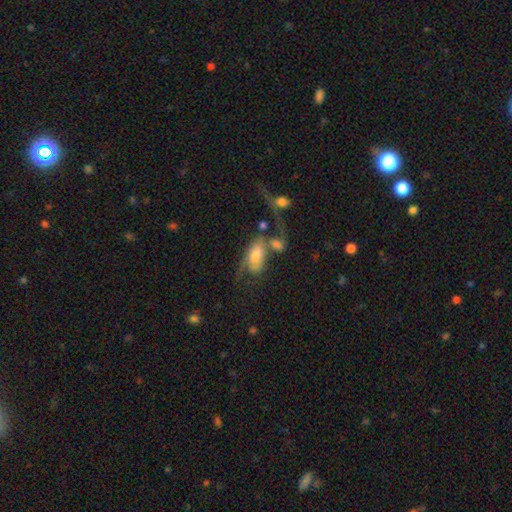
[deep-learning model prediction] This is possibly a featured or disk galaxy (46%). Merging: marginally merger (40%).